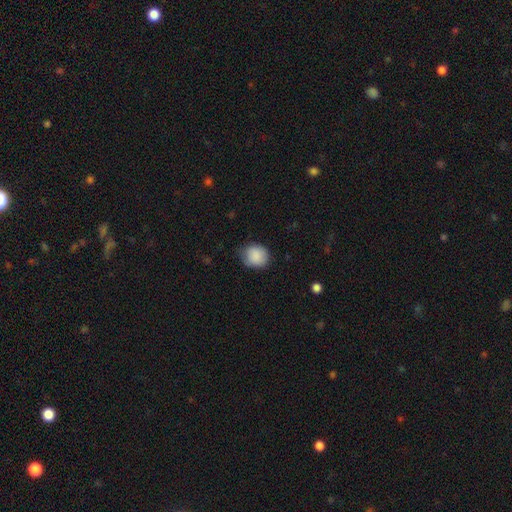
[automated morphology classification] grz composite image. It shows a smooth galaxy with no disk features (88%) that is round (69%). Merging: none (72%).